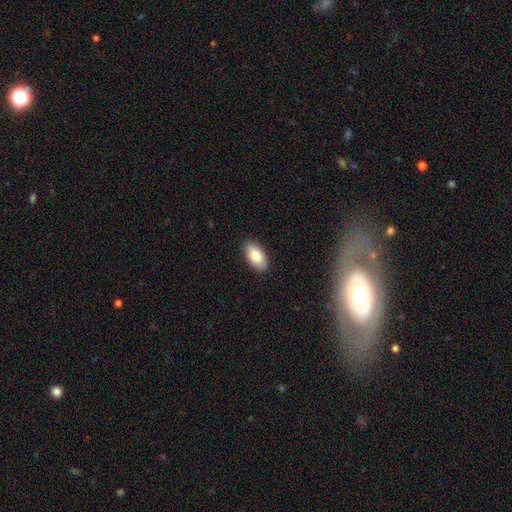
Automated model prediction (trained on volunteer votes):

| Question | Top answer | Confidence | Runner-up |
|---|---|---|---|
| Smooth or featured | smooth | 84% | featured or disk (10%) |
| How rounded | in between | 94% | cigar-shaped (3%) |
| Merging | none | 89% | minor disturbance (8%) |